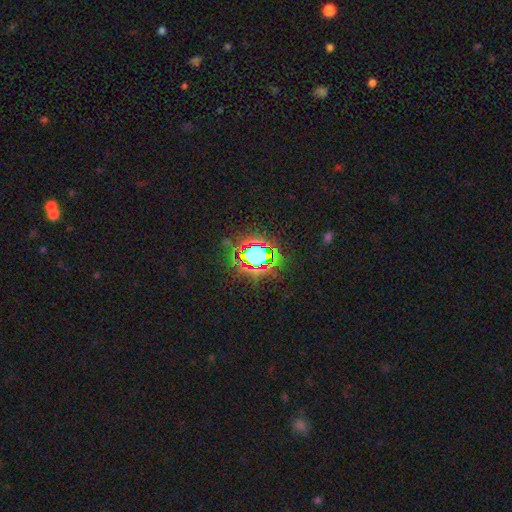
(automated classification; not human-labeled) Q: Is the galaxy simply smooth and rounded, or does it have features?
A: star or artifact — 71%.